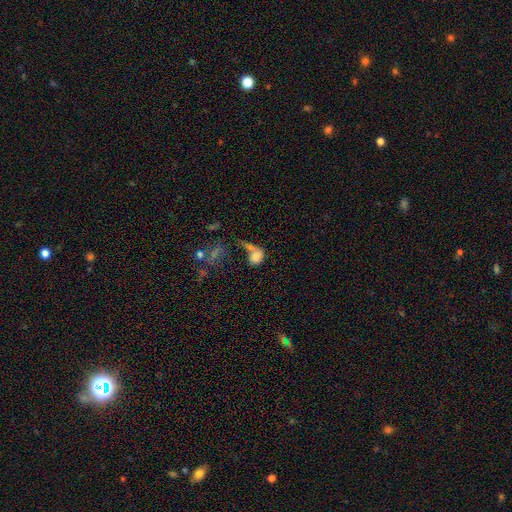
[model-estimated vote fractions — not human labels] smooth-or-featured: smooth: 70% | featured or disk: 18% | star or artifact: 13%
  how-rounded: in between: 62% | round: 35% | cigar-shaped: 3%
  merging: merger: 39% | major disturbance: 25% | none: 23% | minor disturbance: 13%